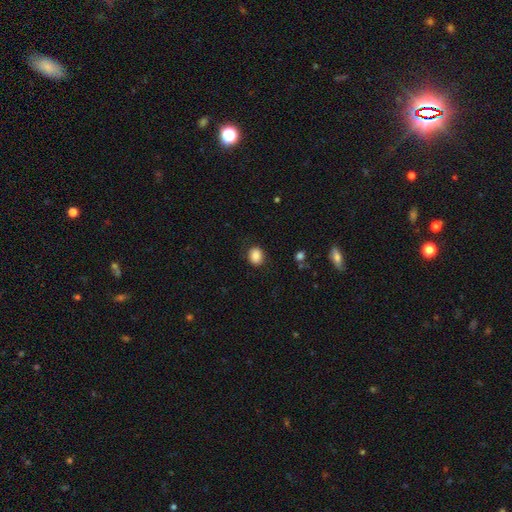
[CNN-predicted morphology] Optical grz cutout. It shows a smooth galaxy with no disk features (86%) that is round (60%). Merging: none (84%).